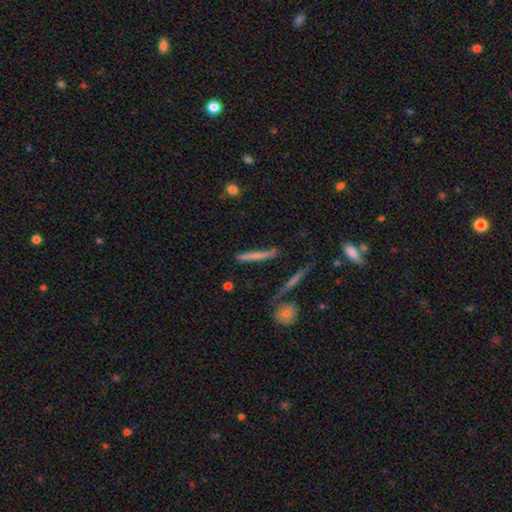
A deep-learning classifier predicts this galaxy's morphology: Smooth or featured? Predicted: smooth (p=0.52). How rounded? Predicted: cigar-shaped (p=0.93). Merging? Predicted: none (p=0.75).